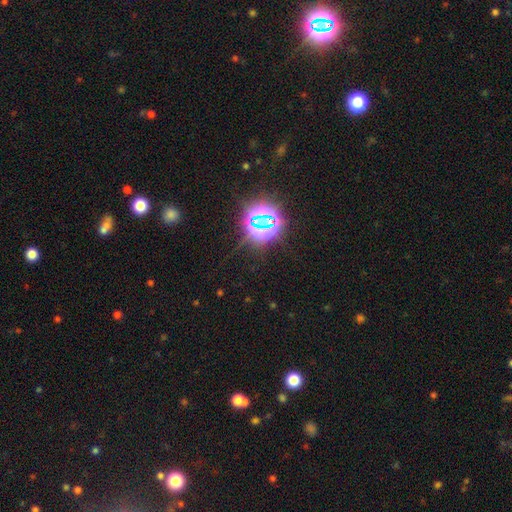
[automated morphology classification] Smooth or featured: star or artifact — 80% (smooth — 13%)